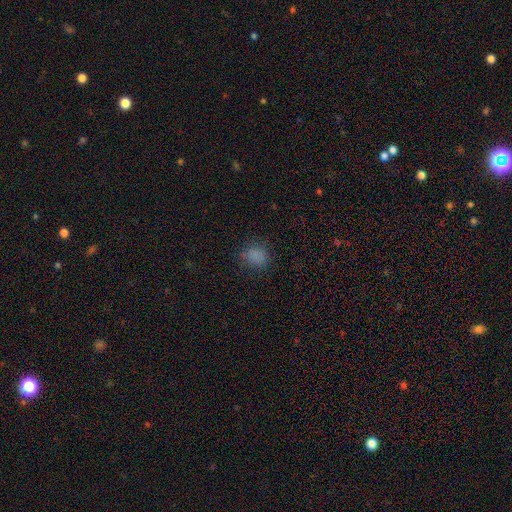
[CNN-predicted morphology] smooth_or_featured: smooth (p=0.79) [alt: star or artifact p=0.16]
how_rounded: round (p=0.67) [alt: in between p=0.31]
merging: none (p=0.76) [alt: minor disturbance p=0.16]